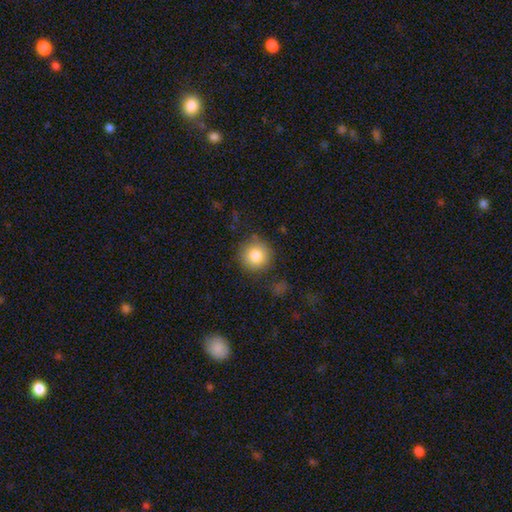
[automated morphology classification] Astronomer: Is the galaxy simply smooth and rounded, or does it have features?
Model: smooth — 82%.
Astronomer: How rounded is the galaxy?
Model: round — 94%.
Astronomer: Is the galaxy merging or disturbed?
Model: none — 84%.